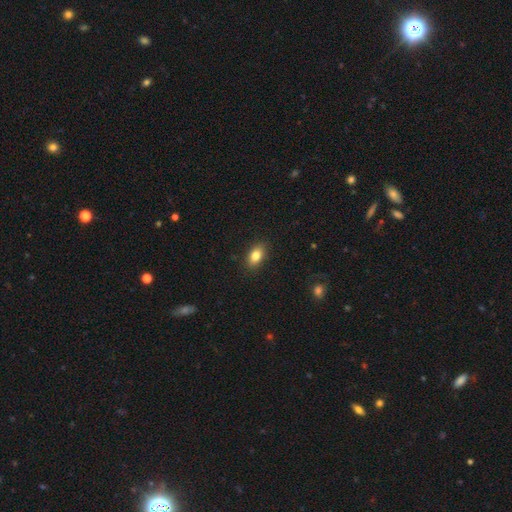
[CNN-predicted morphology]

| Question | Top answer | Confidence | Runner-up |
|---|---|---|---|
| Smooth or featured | smooth | 84% | star or artifact (8%) |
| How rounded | in between | 87% | round (9%) |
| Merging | none | 88% | minor disturbance (9%) |